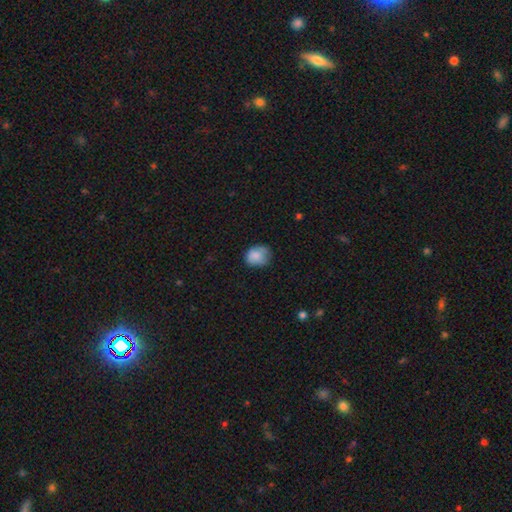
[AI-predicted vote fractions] Smooth or featured?
  - smooth: 81% *
  - featured or disk: 11%
  - star or artifact: 8%
How rounded?
  - round: 55% *
  - in between: 44%
  - cigar-shaped: 1%
Merging?
  - none: 58% *
  - minor disturbance: 31%
  - major disturbance: 9%
  - merger: 2%